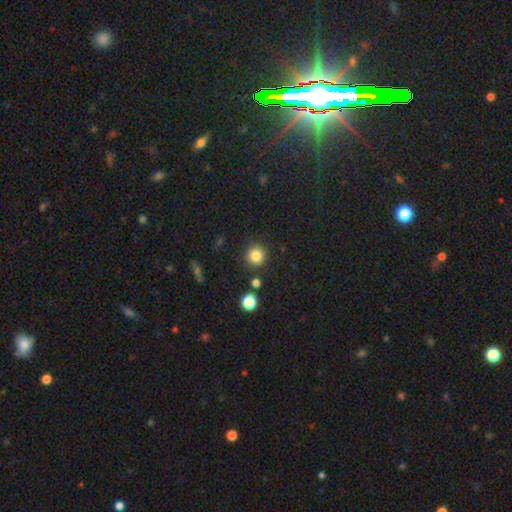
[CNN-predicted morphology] This is clearly a smooth galaxy (84%). How rounded: clearly round (93%). Merging: clearly none (86%).